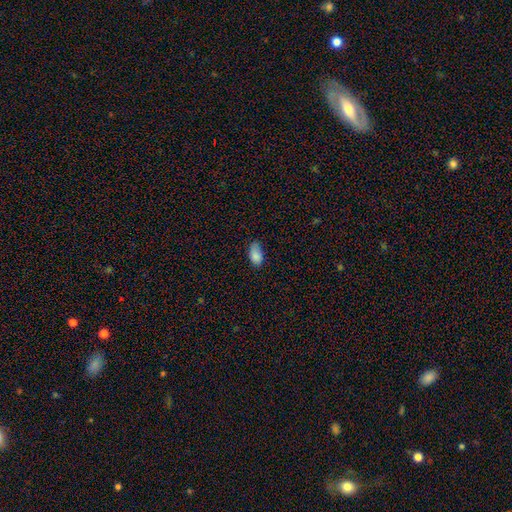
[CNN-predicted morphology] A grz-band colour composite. It shows a smooth galaxy with no disk features (85%) that is in between round and cigar-shaped (93%). Merging: none (55%).